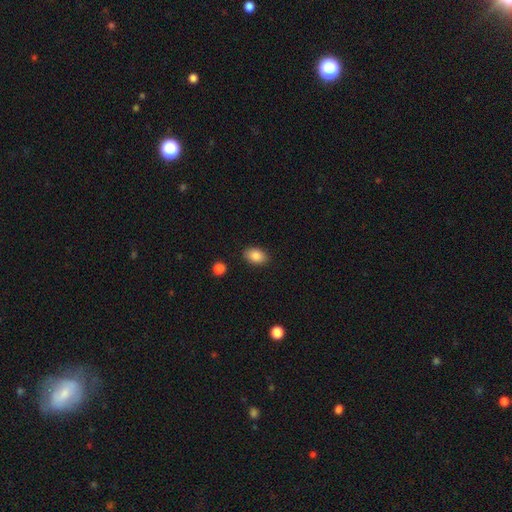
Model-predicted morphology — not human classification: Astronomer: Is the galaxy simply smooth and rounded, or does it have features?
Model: smooth — 87%.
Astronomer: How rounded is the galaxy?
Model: in between — 86%.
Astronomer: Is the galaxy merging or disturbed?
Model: none — 87%.